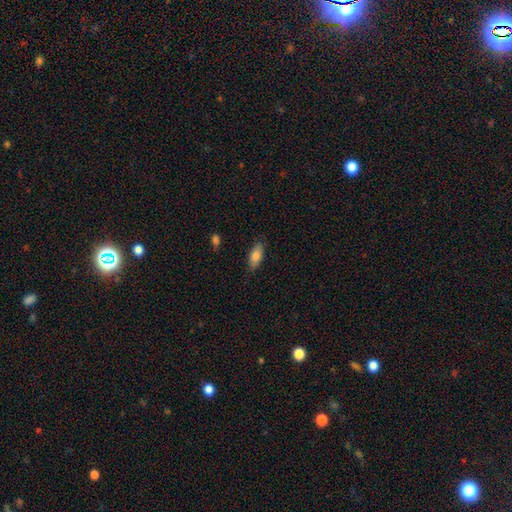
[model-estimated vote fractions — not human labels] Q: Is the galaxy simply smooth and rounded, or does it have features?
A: smooth — 82%.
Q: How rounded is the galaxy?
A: in between — 84%.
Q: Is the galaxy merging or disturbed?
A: none — 83%.